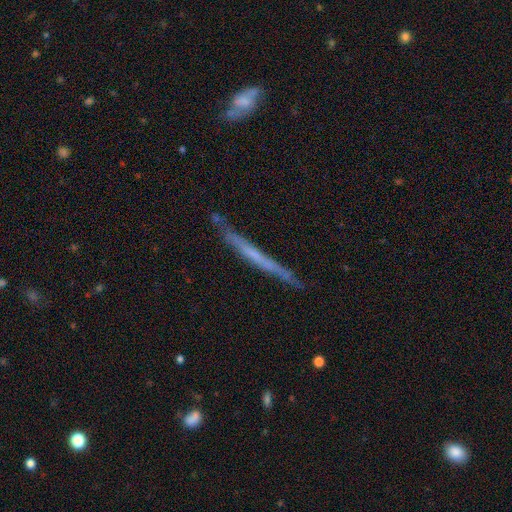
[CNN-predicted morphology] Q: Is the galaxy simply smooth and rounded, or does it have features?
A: featured or disk — 56%.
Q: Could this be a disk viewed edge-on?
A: yes — 95%.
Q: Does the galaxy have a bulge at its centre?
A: none — 85%.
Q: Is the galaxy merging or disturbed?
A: none — 82%.